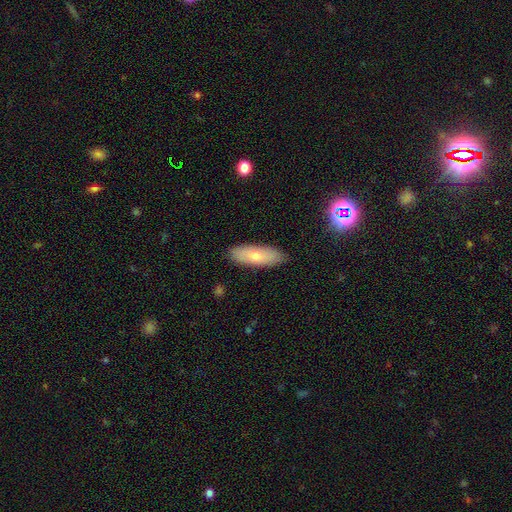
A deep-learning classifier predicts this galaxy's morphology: Q: Smooth or featured?
A: smooth (70%); runner-up: featured or disk (23%)
Q: How rounded?
A: in between (60%); runner-up: cigar-shaped (38%)
Q: Merging?
A: none (87%); runner-up: minor disturbance (10%)